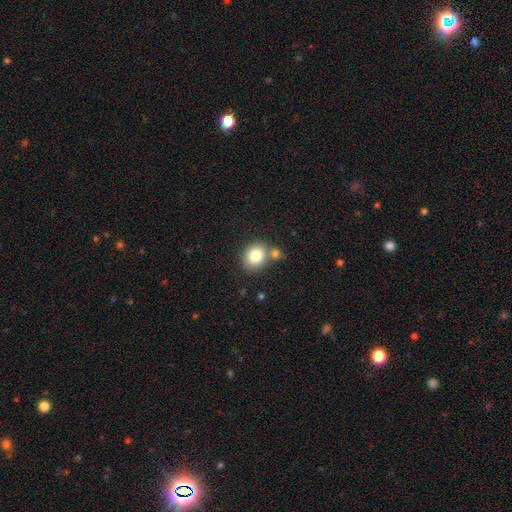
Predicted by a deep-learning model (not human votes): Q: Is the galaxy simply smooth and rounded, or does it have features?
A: smooth — 80%.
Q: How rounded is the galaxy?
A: round — 68%.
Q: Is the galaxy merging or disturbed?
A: none — 62%.